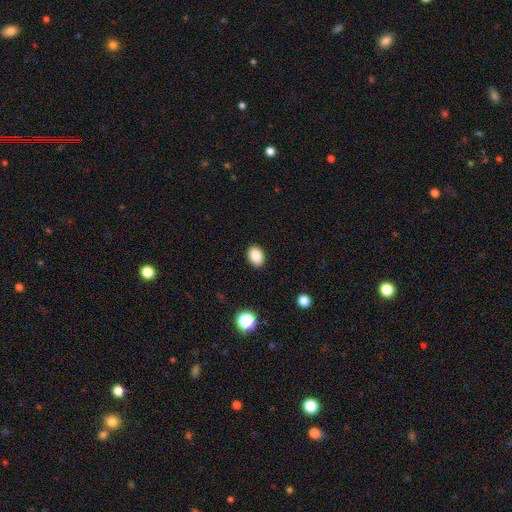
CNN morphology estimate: type=smooth (86%); roundness=in between (75%); merging=none (90%).